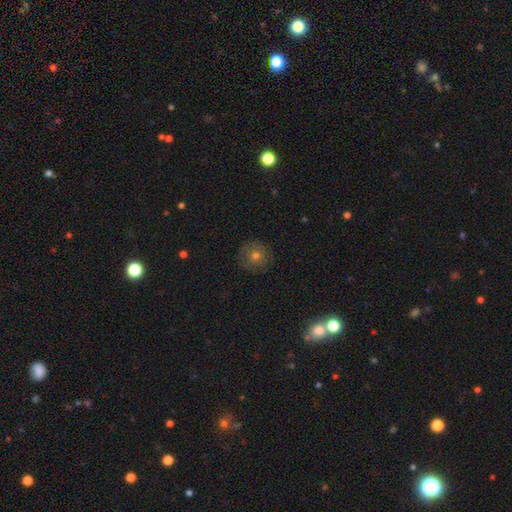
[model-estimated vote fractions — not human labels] The model was most divided on "smooth or featured": smooth: 66%, featured or disk: 19%, star or artifact: 15%. More confident: how rounded — round (94%); merging — none (86%).